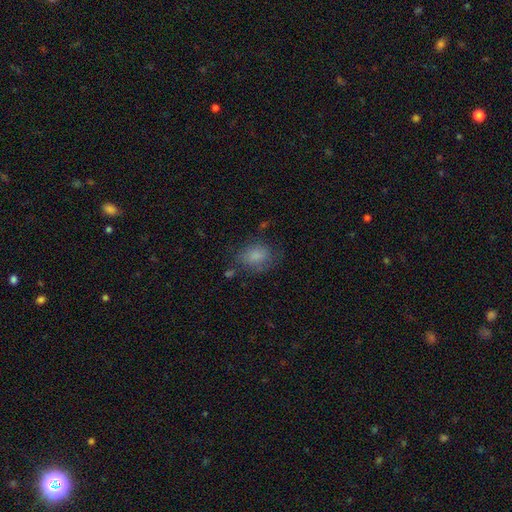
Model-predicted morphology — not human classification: smooth 80%, featured or disk 10%, star or artifact 10%. Down the decision tree: how rounded — in between (67%); merging — none (63%).